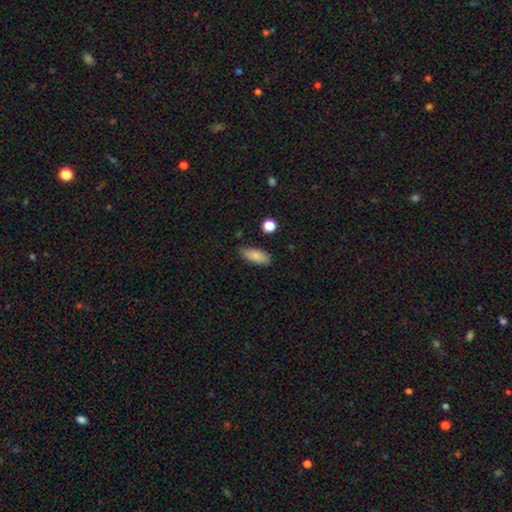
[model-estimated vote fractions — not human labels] smooth_or_featured: smooth (p=0.84) [alt: featured or disk p=0.09]
how_rounded: in between (p=0.77) [alt: cigar-shaped p=0.20]
merging: none (p=0.81) [alt: minor disturbance p=0.14]